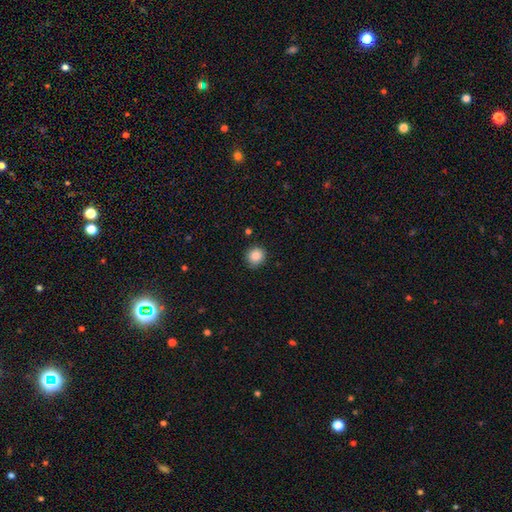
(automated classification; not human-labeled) Smooth or featured? smooth (87%)
How rounded? round (89%)
Merging? none (87%)